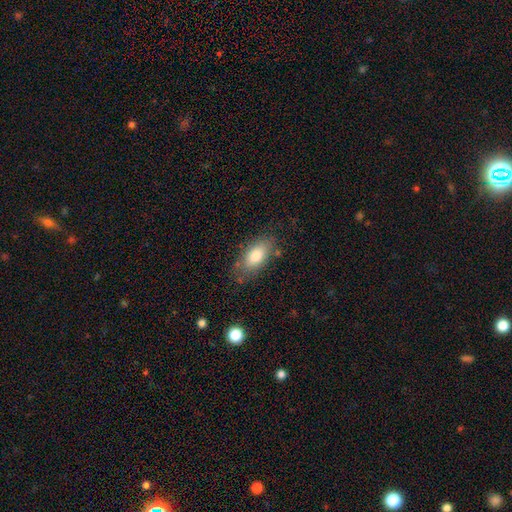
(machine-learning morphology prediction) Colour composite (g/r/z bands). It shows a smooth galaxy with no disk features (79%) that is in between round and cigar-shaped (89%). Merging: none (75%).